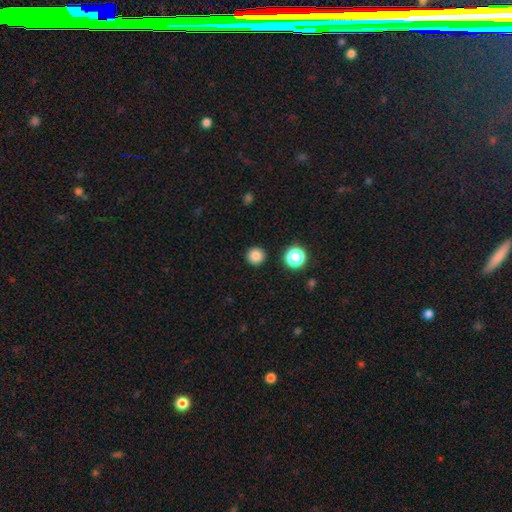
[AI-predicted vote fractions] A smooth galaxy with no disk features (84%) that is round (95%). Merging: none (92%).